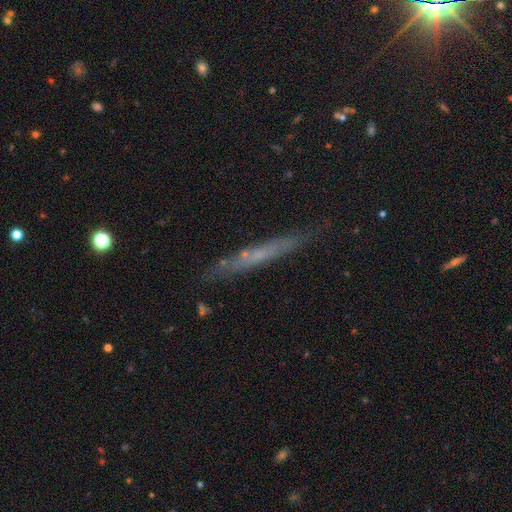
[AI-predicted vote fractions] Smooth or featured? featured or disk (48%)
Merging? none (82%)